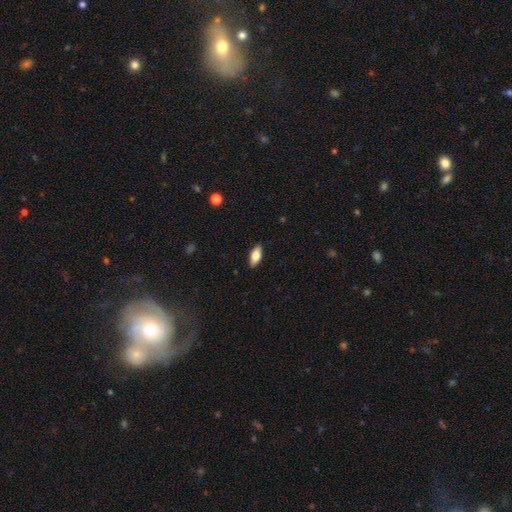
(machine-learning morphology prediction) smooth 73%, featured or disk 21%, star or artifact 6%. Down the decision tree: how rounded — in between (81%); merging — none (88%).